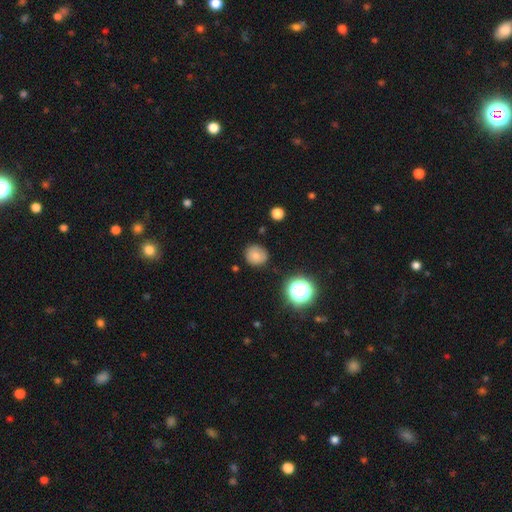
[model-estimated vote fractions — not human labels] Overall: smooth (73%). How rounded: round (85%). Merging: none (81%).